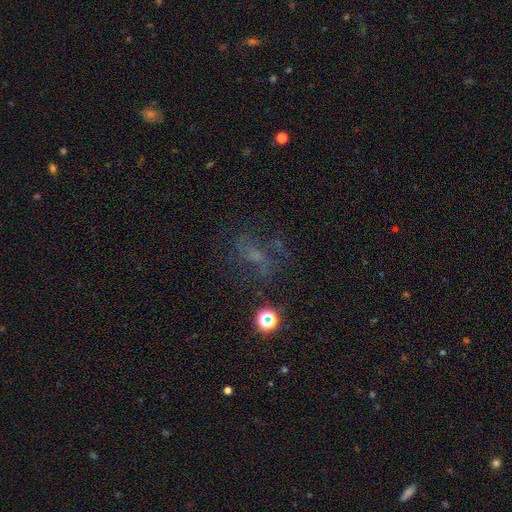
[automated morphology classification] featured or disk 46%, star or artifact 31%, smooth 23%. Down the decision tree: merging — none (57%).